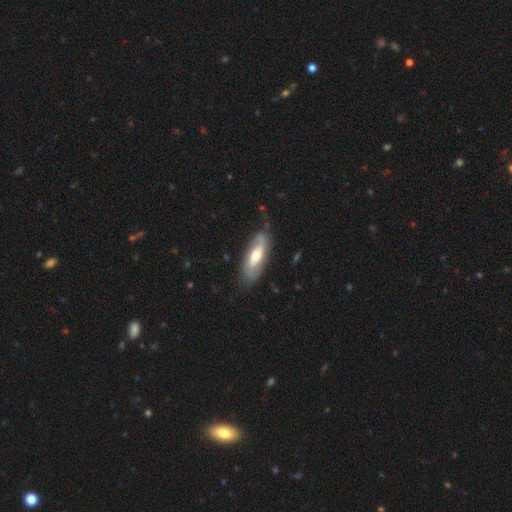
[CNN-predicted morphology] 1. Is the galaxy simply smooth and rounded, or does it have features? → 60% featured or disk, 35% smooth, 5% star or artifact.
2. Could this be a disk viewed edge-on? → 81% no, 19% yes.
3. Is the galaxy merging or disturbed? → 76% none, 17% minor disturbance, 5% major disturbance, 2% merger.